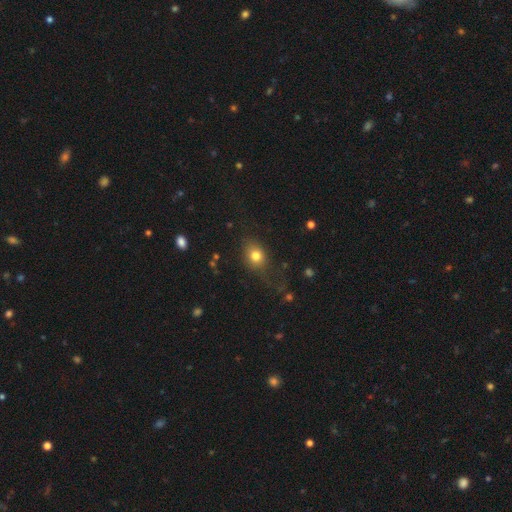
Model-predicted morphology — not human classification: smooth-or-featured: smooth: 78% | star or artifact: 12% | featured or disk: 10%
  how-rounded: round: 51% | in between: 47% | cigar-shaped: 2%
  merging: none: 63% | minor disturbance: 19% | major disturbance: 15% | merger: 3%